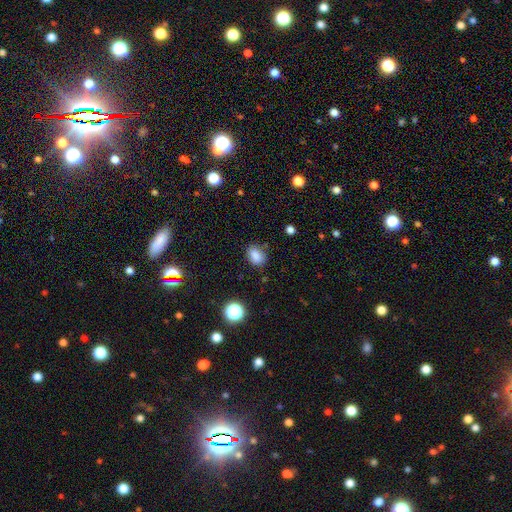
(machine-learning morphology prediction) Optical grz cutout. It shows a smooth galaxy with no disk features (83%) that is in between round and cigar-shaped (70%). Merging: none (77%).